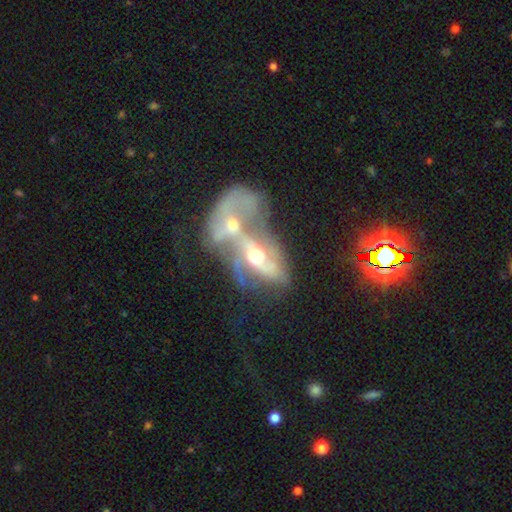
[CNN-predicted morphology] Smooth or featured? featured or disk (77%)
Edge-on disk? no (95%)
Bar? no (61%)
Spiral arms? yes (78%)
Spiral winding? loose (46%)
Spiral arm count? 2 (44%)
Bulge size? moderate (70%)
Merging? merger (80%)